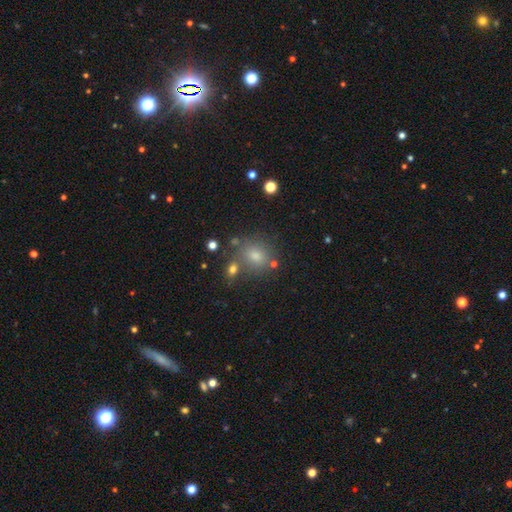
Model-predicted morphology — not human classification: Smooth or featured? smooth (74%)
How rounded? round (68%)
Merging? none (68%)